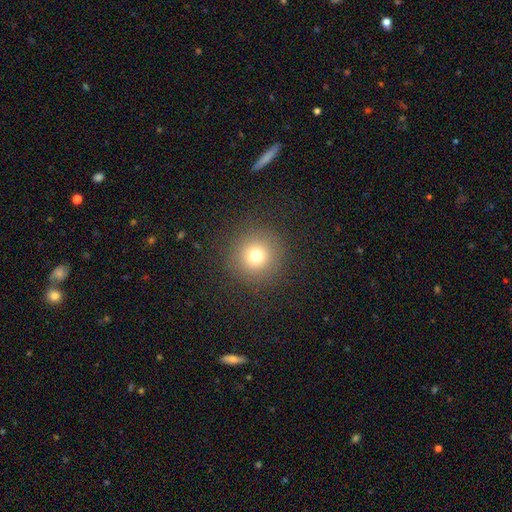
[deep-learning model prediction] Overall: smooth (74%). How rounded: round (95%). Merging: none (90%).